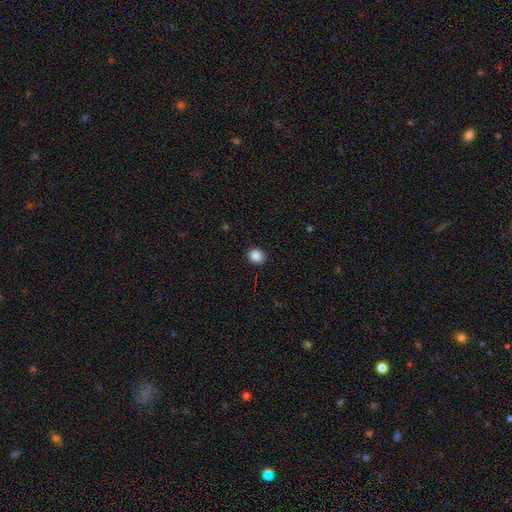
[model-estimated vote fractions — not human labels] Overall: smooth (87%). How rounded: round (70%). Merging: none (91%).